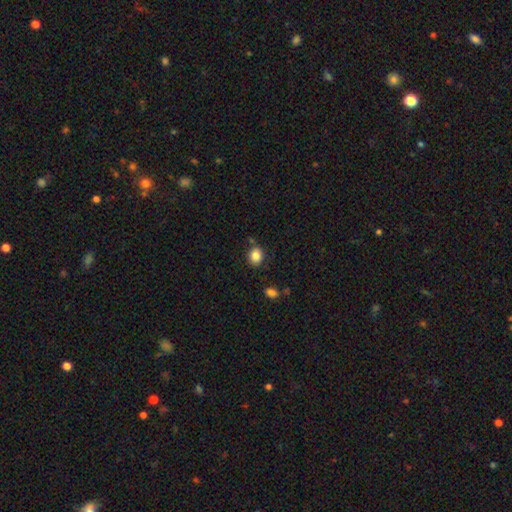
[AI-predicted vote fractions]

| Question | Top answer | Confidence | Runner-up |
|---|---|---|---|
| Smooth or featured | smooth | 84% | star or artifact (10%) |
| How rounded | round | 59% | in between (40%) |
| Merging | none | 78% | minor disturbance (13%) |